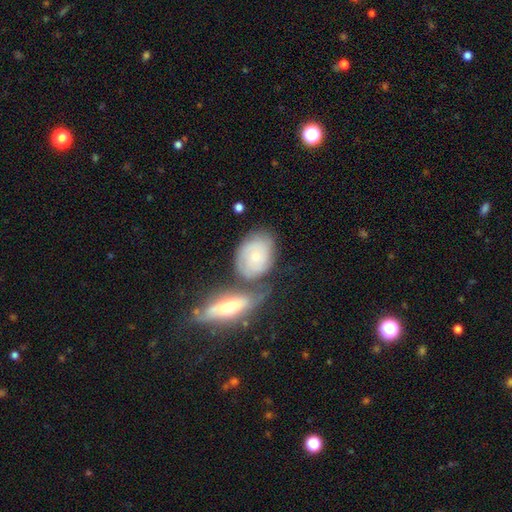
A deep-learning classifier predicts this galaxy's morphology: A featured or disk galaxy (49%). Merging: none (48%).